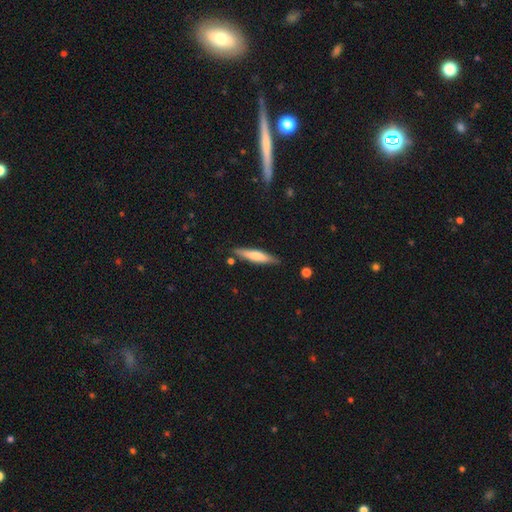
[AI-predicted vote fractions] This is possibly a smooth galaxy (58%). How rounded: clearly cigar-shaped (85%). Merging: clearly none (84%).